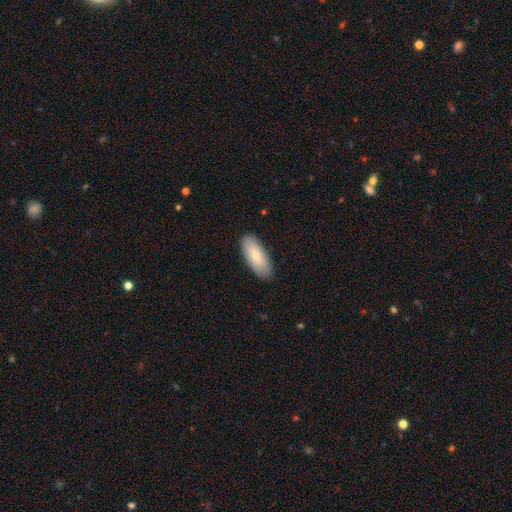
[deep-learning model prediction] Morphology: type=smooth (79%); roundness=in between (82%); merging=none (87%).